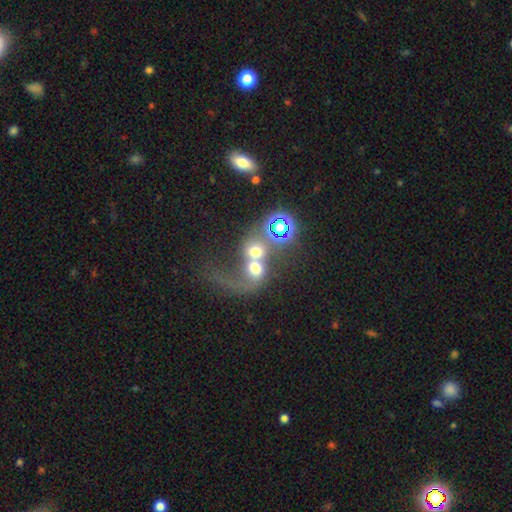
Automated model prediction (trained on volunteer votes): The model was most divided on "smooth or featured": featured or disk: 45%, smooth: 36%, star or artifact: 19%. More confident: merging — merger (69%).